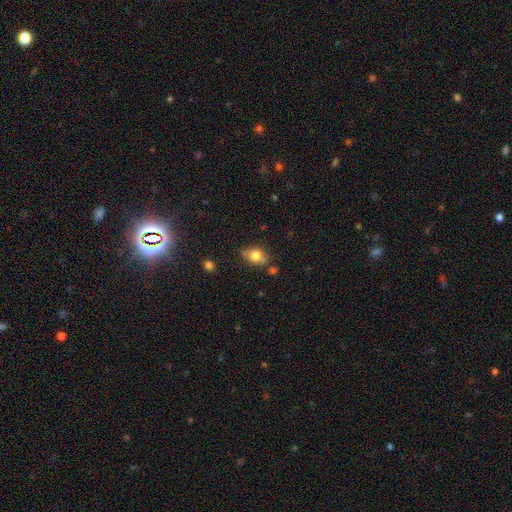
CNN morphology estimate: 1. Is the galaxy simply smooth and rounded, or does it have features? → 76% smooth, 15% featured or disk, 9% star or artifact.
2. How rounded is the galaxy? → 74% in between, 24% round, 3% cigar-shaped.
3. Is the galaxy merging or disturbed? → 72% none, 18% minor disturbance, 6% merger, 4% major disturbance.